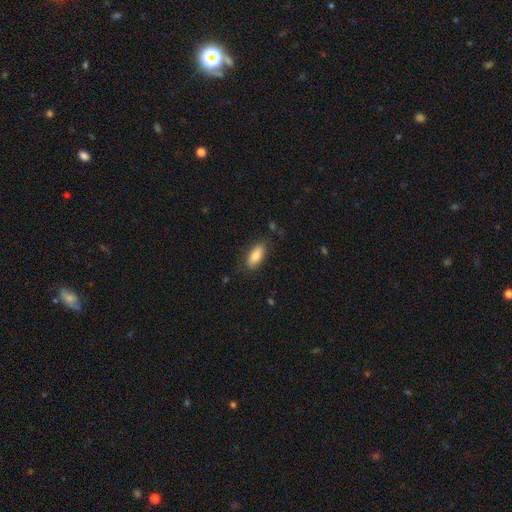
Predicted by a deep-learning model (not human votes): Smooth or featured? Predicted: smooth (p=0.82). How rounded? Predicted: in between (p=0.86). Merging? Predicted: none (p=0.79).